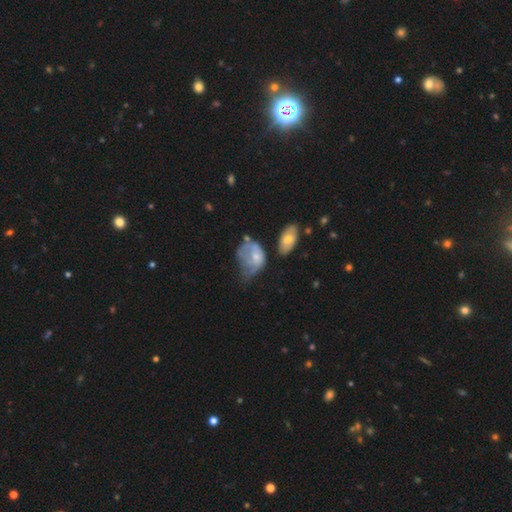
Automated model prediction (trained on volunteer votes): smooth 55%, featured or disk 37%, star or artifact 8%. Down the decision tree: how rounded — in between (66%); merging — major disturbance (46%).